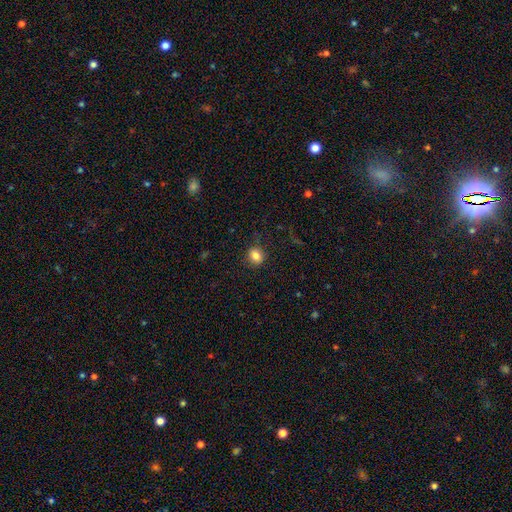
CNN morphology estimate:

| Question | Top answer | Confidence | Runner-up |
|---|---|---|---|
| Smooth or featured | smooth | 83% | star or artifact (11%) |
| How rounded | round | 63% | in between (36%) |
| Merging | none | 82% | minor disturbance (13%) |